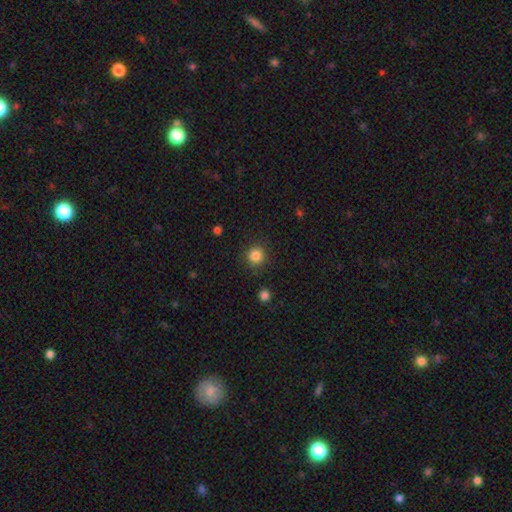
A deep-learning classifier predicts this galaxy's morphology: Smooth or featured?
  - smooth: 85% *
  - star or artifact: 11%
  - featured or disk: 4%
How rounded?
  - round: 93% *
  - in between: 6%
  - cigar-shaped: 1%
Merging?
  - none: 89% *
  - minor disturbance: 7%
  - major disturbance: 3%
  - merger: 2%